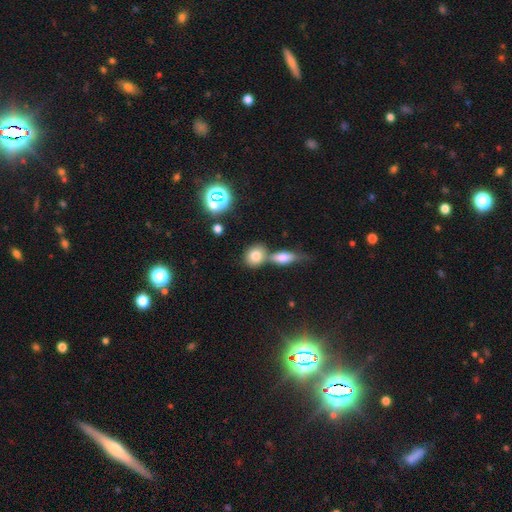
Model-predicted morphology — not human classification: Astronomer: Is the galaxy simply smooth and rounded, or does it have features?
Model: smooth — 78%.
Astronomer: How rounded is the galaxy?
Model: round — 61%.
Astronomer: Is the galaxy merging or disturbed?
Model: none — 49% (runner-up: merger, 38%).